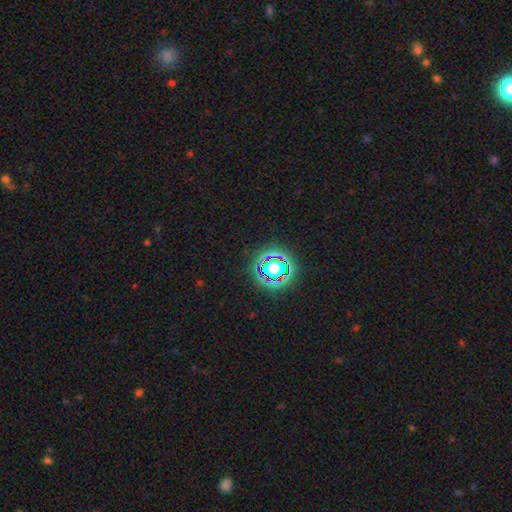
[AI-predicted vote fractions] Smooth or featured?
  - star or artifact: 81% *
  - smooth: 12%
  - featured or disk: 7%